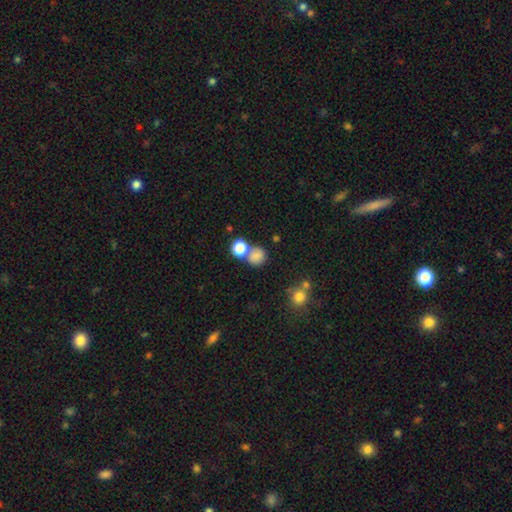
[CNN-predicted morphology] Smooth or featured: smooth — 80% (star or artifact — 12%)
How rounded: round — 81% (in between — 18%)
Merging: none — 48% (merger — 36%)